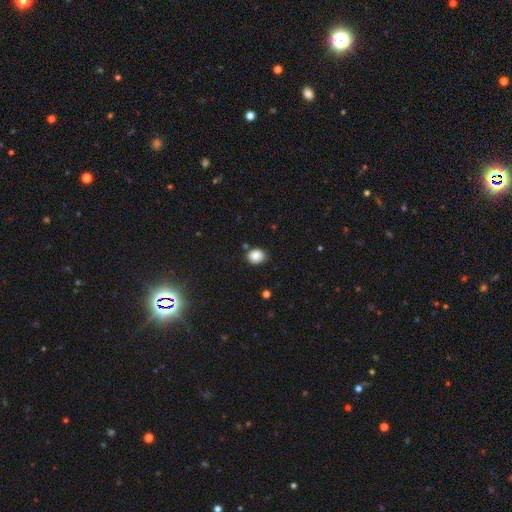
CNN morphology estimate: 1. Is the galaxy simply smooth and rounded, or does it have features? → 86% smooth, 10% star or artifact, 5% featured or disk.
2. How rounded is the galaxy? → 67% round, 32% in between, 1% cigar-shaped.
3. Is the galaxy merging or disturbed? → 78% none, 14% minor disturbance, 4% merger, 3% major disturbance.